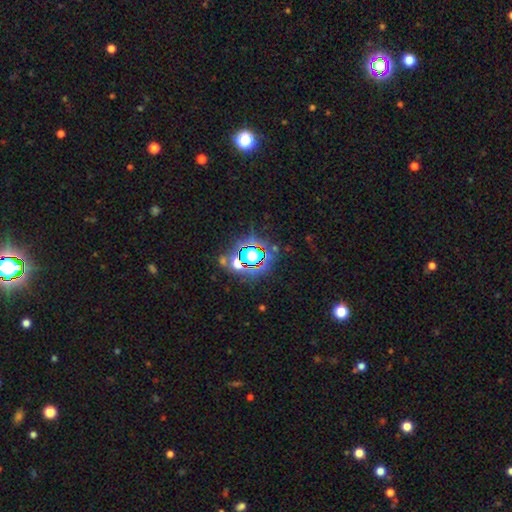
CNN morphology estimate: smooth-or-featured: star or artifact: 66% | smooth: 22% | featured or disk: 12%